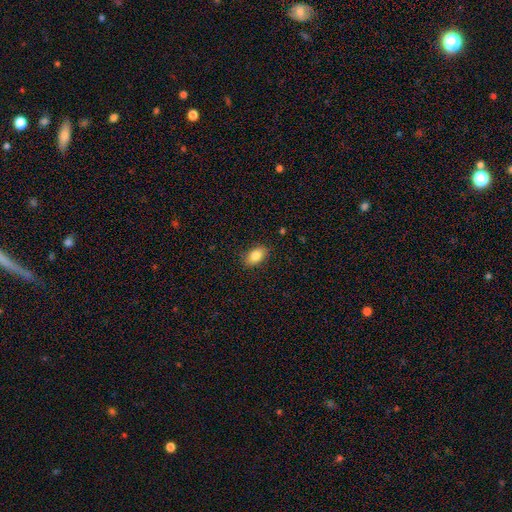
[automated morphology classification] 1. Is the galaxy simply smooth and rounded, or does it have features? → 84% smooth, 8% featured or disk, 8% star or artifact.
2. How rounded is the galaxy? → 89% in between, 9% round, 3% cigar-shaped.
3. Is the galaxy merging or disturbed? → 87% none, 10% minor disturbance, 2% major disturbance, 1% merger.